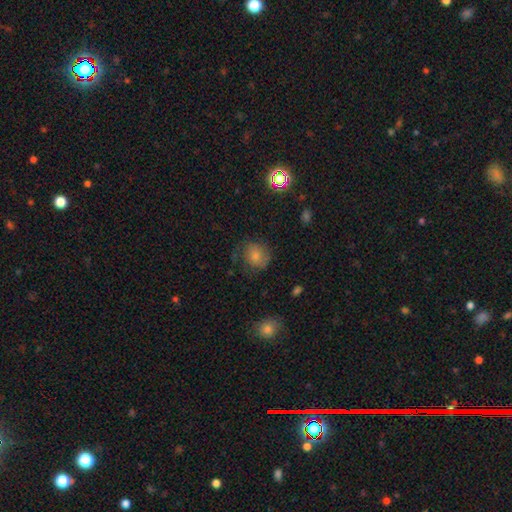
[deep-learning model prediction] smooth 74%, featured or disk 15%, star or artifact 11%. Down the decision tree: how rounded — round (73%); merging — none (64%).